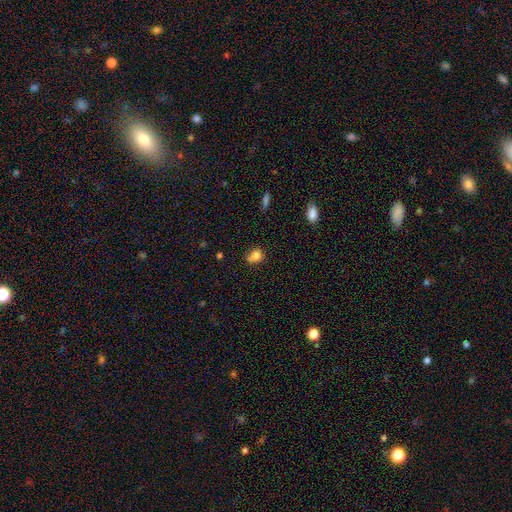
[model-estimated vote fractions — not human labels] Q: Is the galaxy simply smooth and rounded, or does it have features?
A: smooth — 78%.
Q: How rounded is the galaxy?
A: round — 61%.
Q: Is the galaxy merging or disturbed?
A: none — 46%.